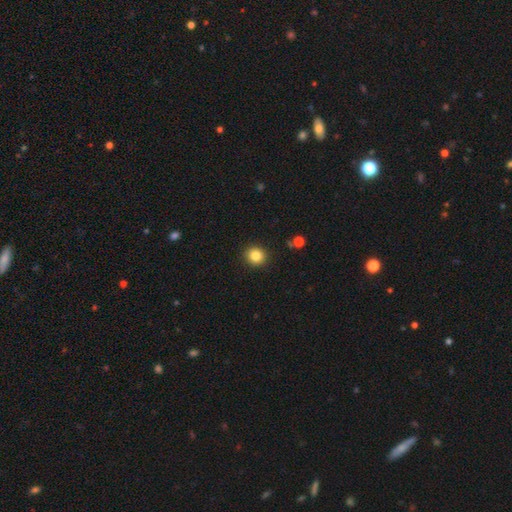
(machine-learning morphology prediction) smooth 84%, star or artifact 11%, featured or disk 5%. Down the decision tree: how rounded — round (89%); merging — none (91%).